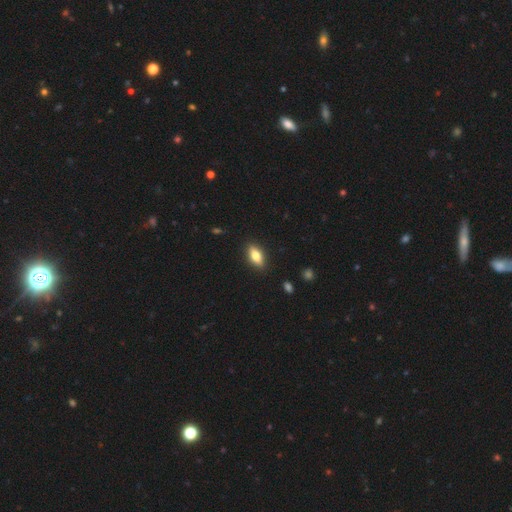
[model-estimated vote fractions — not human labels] Smooth or featured? smooth (72%)
How rounded? in between (82%)
Merging? none (88%)